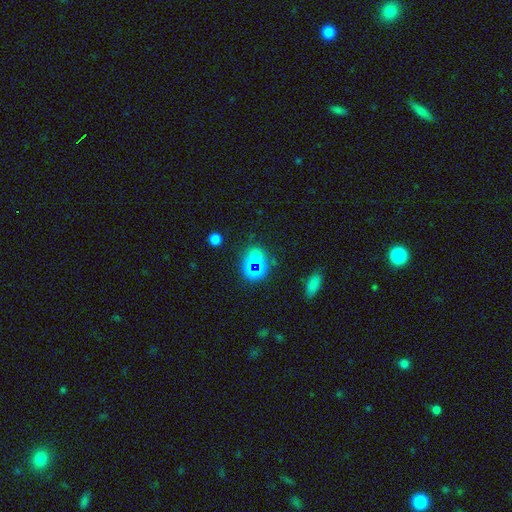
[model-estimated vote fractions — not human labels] Morphology: type=star or artifact (56%).